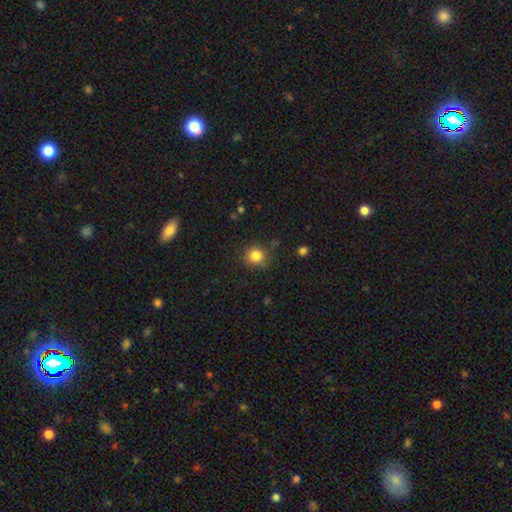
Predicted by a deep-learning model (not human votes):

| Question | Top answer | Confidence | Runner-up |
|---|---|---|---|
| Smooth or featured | smooth | 84% | star or artifact (11%) |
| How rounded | round | 86% | in between (13%) |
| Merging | none | 81% | minor disturbance (13%) |